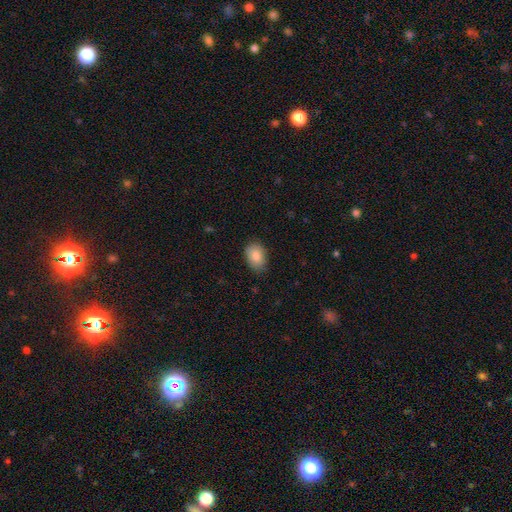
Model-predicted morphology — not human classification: type=smooth (86%); roundness=in between (82%); merging=none (79%).